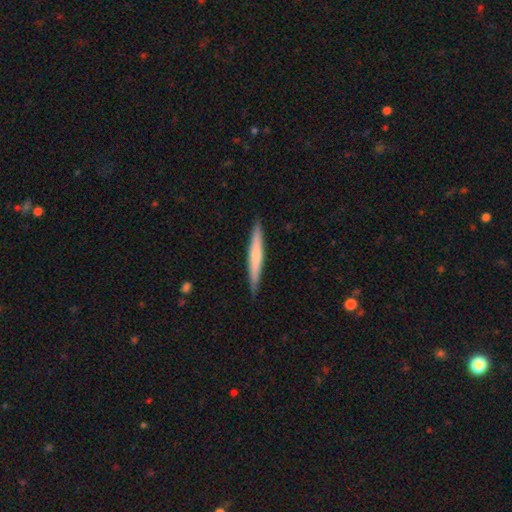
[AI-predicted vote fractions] The model was most divided on "smooth or featured": smooth: 58%, featured or disk: 37%, star or artifact: 5%. More confident: how rounded — cigar-shaped (96%); merging — none (89%).